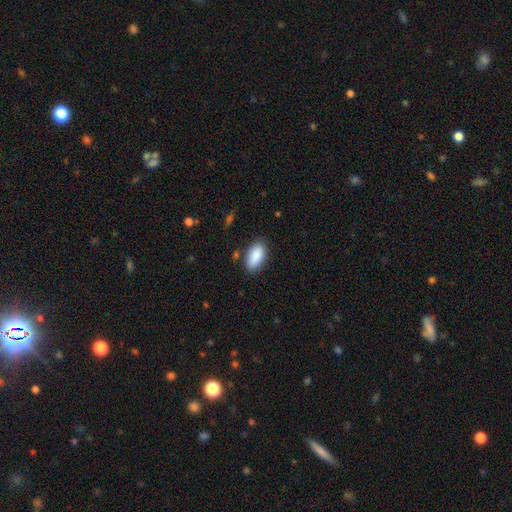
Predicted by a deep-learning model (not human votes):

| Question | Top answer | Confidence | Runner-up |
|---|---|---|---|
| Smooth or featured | smooth | 90% | star or artifact (6%) |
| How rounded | in between | 93% | cigar-shaped (4%) |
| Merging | none | 83% | minor disturbance (12%) |